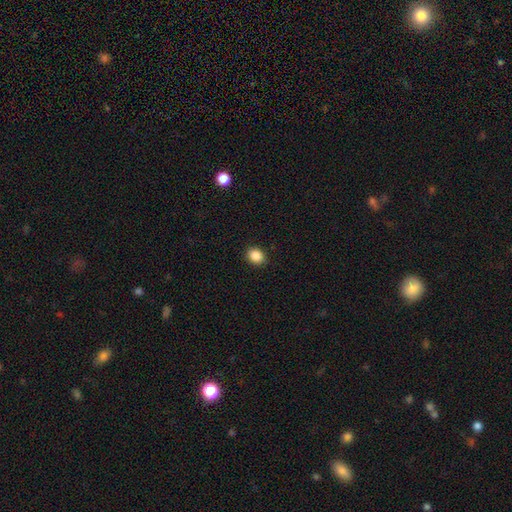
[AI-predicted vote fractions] Morphology: type=smooth (87%); roundness=round (54%); merging=none (90%).